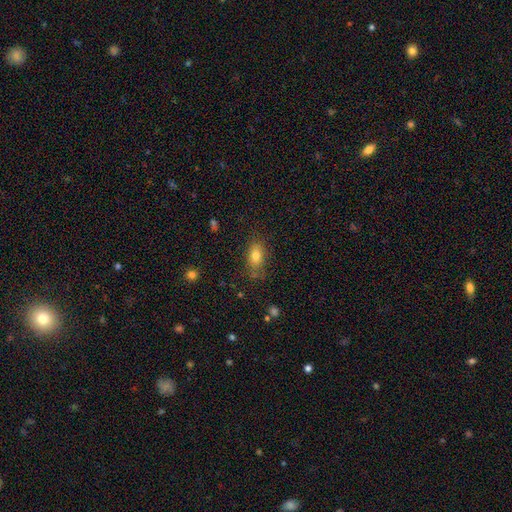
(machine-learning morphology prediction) smooth 79%, featured or disk 11%, star or artifact 10%. Down the decision tree: how rounded — in between (81%); merging — none (73%).